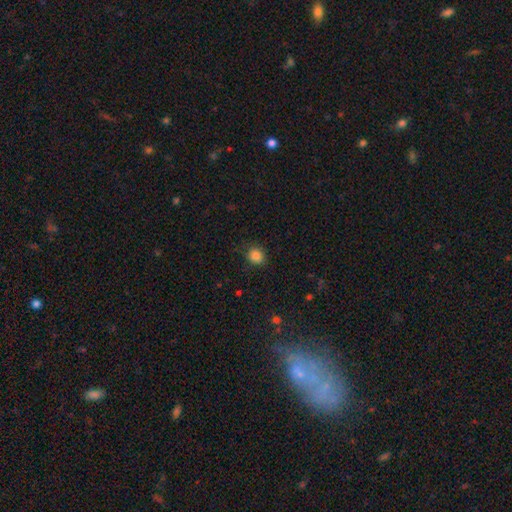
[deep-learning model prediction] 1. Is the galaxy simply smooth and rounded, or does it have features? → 85% smooth, 11% star or artifact, 4% featured or disk.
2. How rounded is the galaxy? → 74% round, 25% in between, 1% cigar-shaped.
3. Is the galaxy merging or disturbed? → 84% none, 12% minor disturbance, 3% major disturbance, 1% merger.